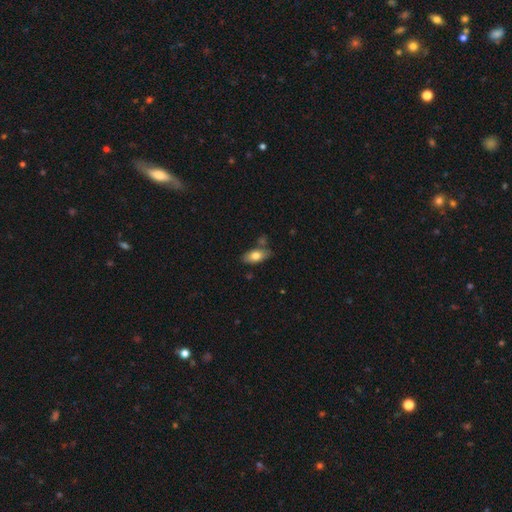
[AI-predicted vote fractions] This appears to be a smooth galaxy with no disk features (75%) that is in between round and cigar-shaped (88%). Merging: none (72%).